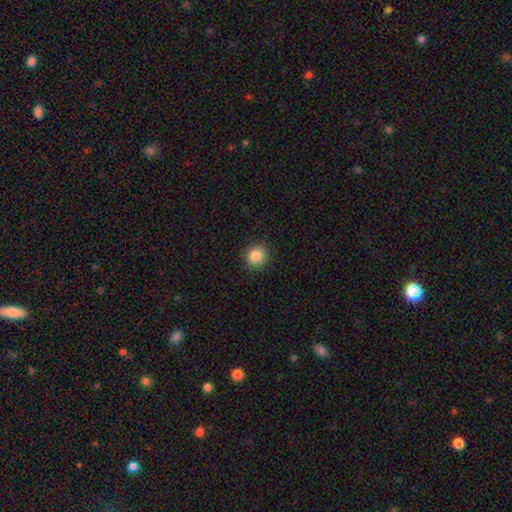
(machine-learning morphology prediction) smooth 86%, star or artifact 10%, featured or disk 4%. Down the decision tree: how rounded — round (91%); merging — none (90%).